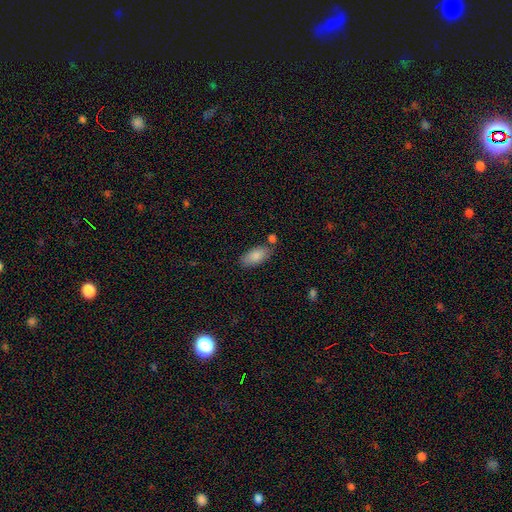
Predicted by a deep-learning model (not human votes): A smooth galaxy with no disk features (85%) that is in between round and cigar-shaped (91%).

Vote fractions:
- Smooth or featured? smooth: 85% / featured or disk: 8% / star or artifact: 6%
- How rounded? in between: 91% / cigar-shaped: 7% / round: 2%
- Merging? none: 72% / minor disturbance: 15% / merger: 9% / major disturbance: 3%